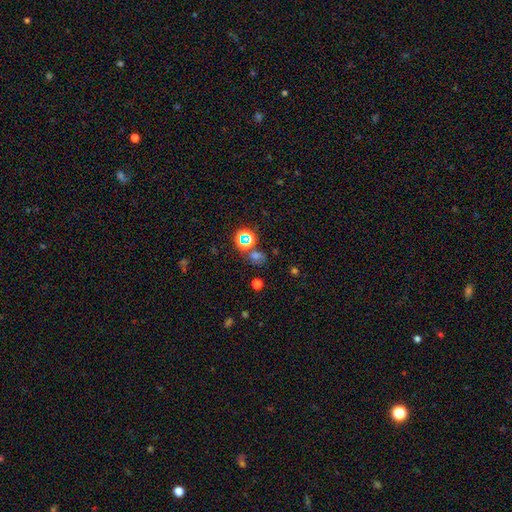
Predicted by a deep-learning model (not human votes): Smooth or featured? Predicted: star or artifact (p=0.53).